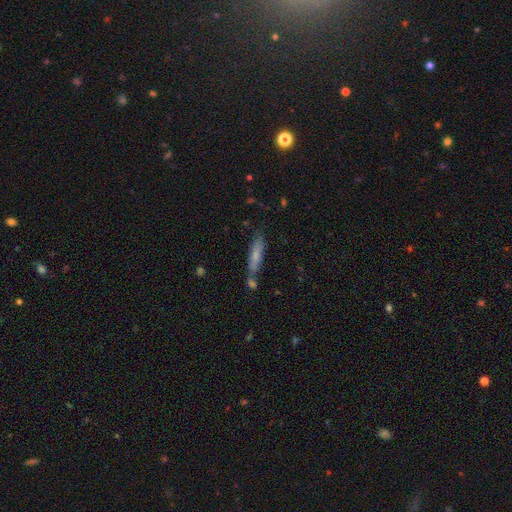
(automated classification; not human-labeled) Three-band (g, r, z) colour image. It shows a smooth galaxy with no disk features (63%) that is cigar-shaped (79%). Merging: none (61%).